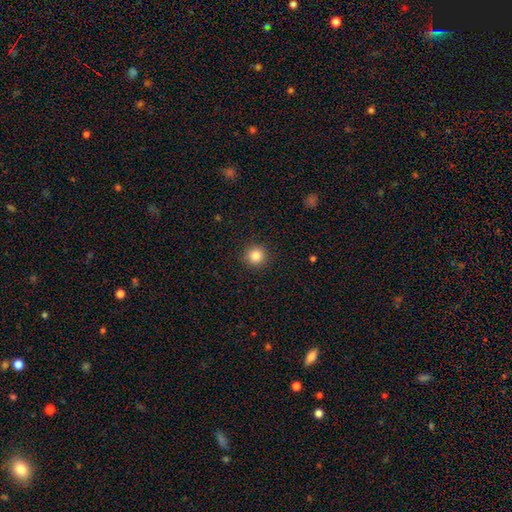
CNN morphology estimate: Smooth or featured? smooth (84%)
How rounded? round (95%)
Merging? none (92%)